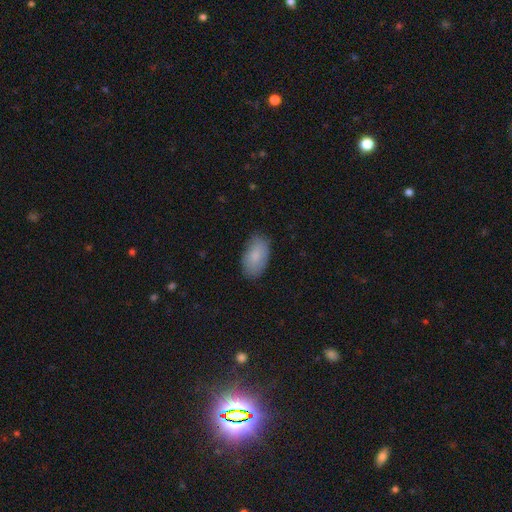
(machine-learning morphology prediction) Smooth or featured? smooth (83%)
How rounded? in between (94%)
Merging? none (81%)